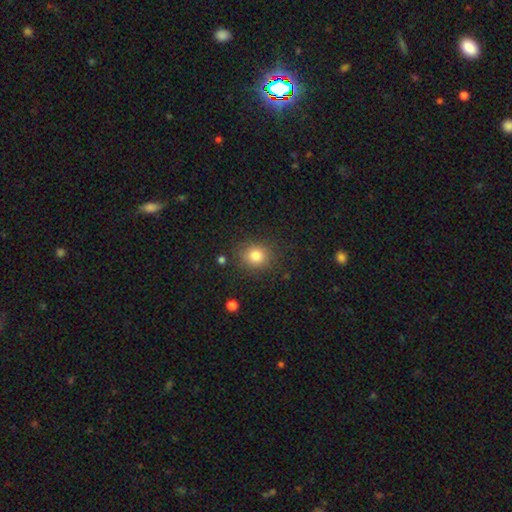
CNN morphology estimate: Q: Smooth or featured?
A: smooth (82%); runner-up: star or artifact (12%)
Q: How rounded?
A: round (77%); runner-up: in between (22%)
Q: Merging?
A: none (84%); runner-up: minor disturbance (10%)